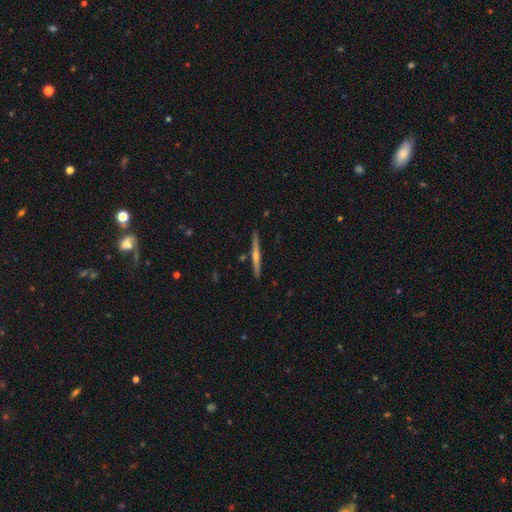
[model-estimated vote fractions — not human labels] featured or disk 70%, smooth 24%, star or artifact 6%. Down the decision tree: edge-on disk — yes (98%); edge-on bulge — rounded (76%); merging — none (90%).